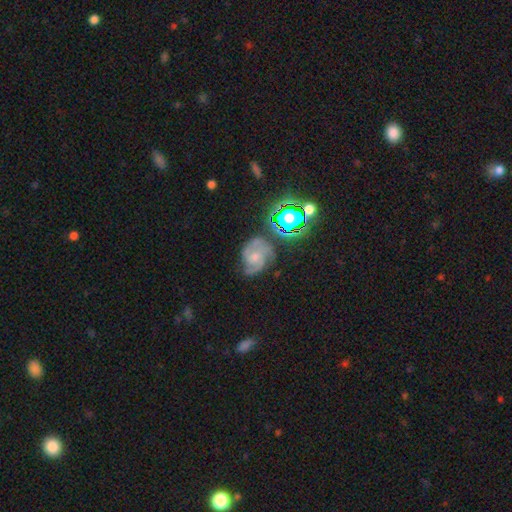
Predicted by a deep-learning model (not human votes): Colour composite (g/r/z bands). It shows a featured or disk galaxy (72%) with no bar (62%), 3 (39%) medium (47%) spiral arms (94%) and a small central bulge (43%). Merging: none (59%).